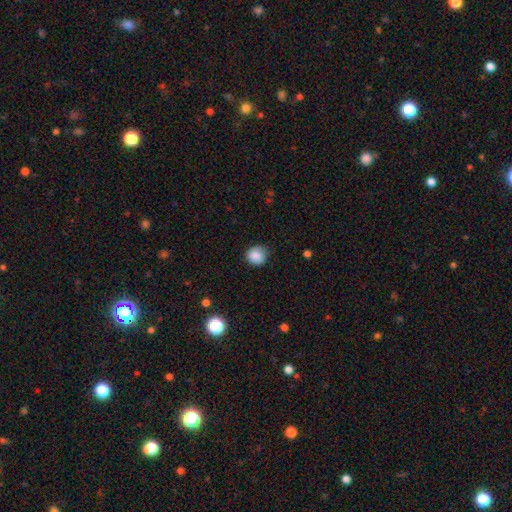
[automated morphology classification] This appears to be a smooth galaxy with no disk features (86%) that is round (89%). Merging: none (81%).